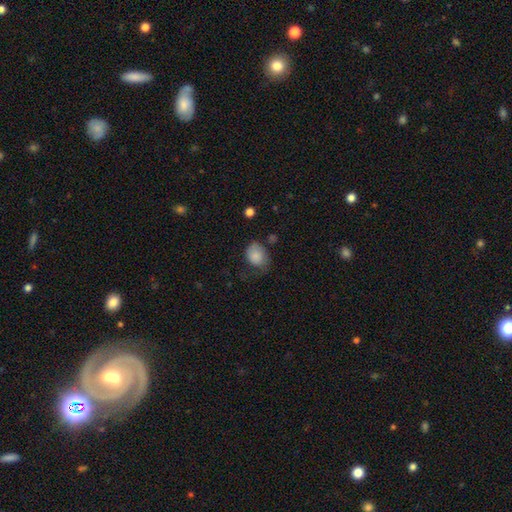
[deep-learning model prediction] Smooth or featured? Predicted: smooth (p=0.83). How rounded? Predicted: in between (p=0.59). Merging? Predicted: none (p=0.44).